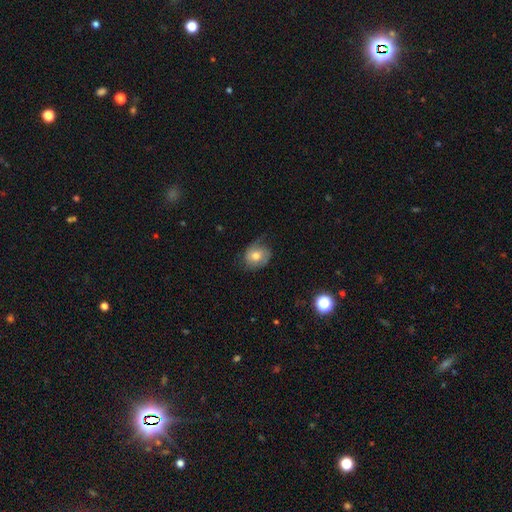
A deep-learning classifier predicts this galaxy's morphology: type=smooth (54%); roundness=round (54%); merging=none (56%).